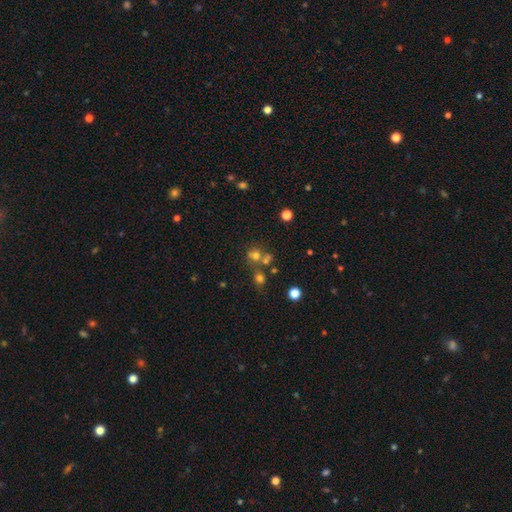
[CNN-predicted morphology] The model was most divided on "merging": none: 43%, merger: 40%, minor disturbance: 10%, major disturbance: 7%. More confident: how rounded — round (75%); smooth or featured — smooth (59%).